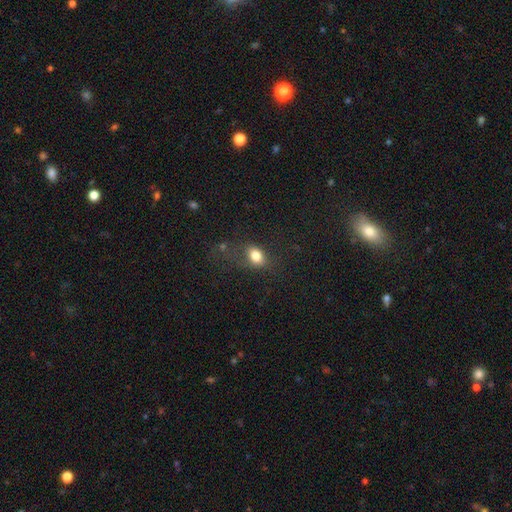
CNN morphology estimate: Smooth or featured?
  - smooth: 79% *
  - star or artifact: 11%
  - featured or disk: 9%
How rounded?
  - in between: 76% *
  - round: 22%
  - cigar-shaped: 3%
Merging?
  - none: 59% *
  - minor disturbance: 22%
  - major disturbance: 15%
  - merger: 4%